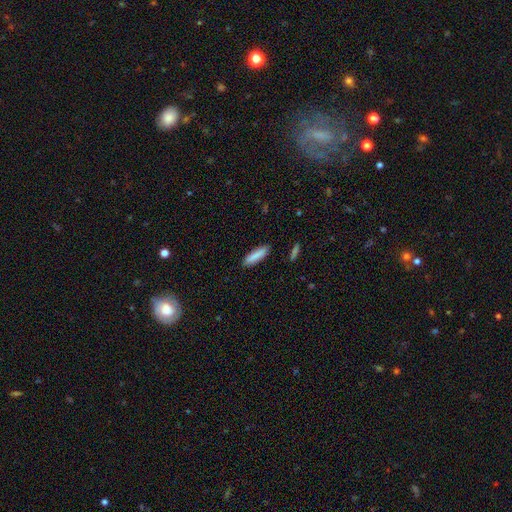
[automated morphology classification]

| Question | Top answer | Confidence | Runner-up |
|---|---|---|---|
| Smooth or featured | smooth | 86% | featured or disk (7%) |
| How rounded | cigar-shaped | 70% | in between (28%) |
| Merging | none | 88% | minor disturbance (9%) |